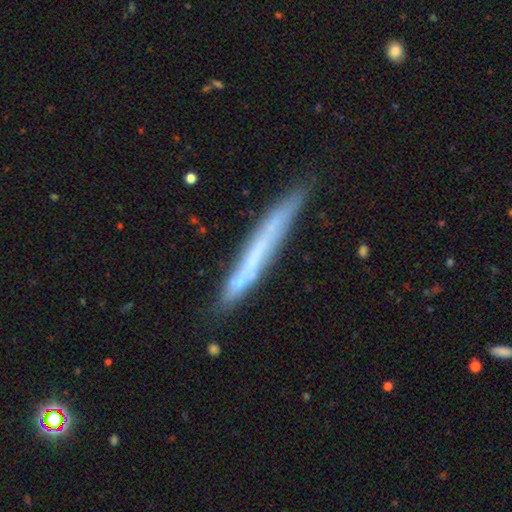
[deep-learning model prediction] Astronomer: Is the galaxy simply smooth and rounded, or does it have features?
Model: featured or disk — 49% (runner-up: smooth, 43%).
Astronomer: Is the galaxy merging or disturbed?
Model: none — 78%.